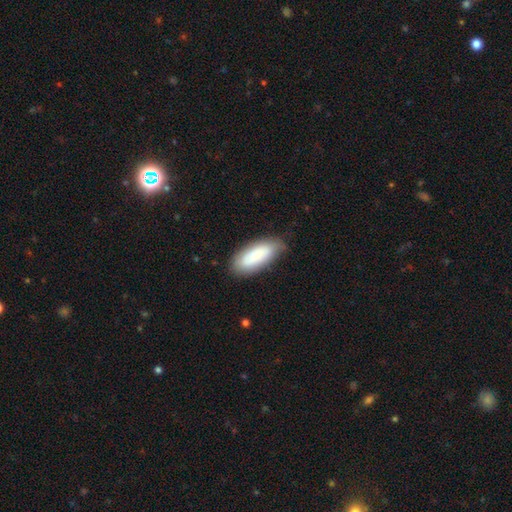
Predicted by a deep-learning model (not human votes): A smooth galaxy with no disk features (80%) that is in between round and cigar-shaped (82%).

Vote fractions:
- Smooth or featured? smooth: 80% / featured or disk: 14% / star or artifact: 6%
- How rounded? in between: 82% / cigar-shaped: 17% / round: 2%
- Merging? none: 77% / minor disturbance: 18% / major disturbance: 4% / merger: 2%